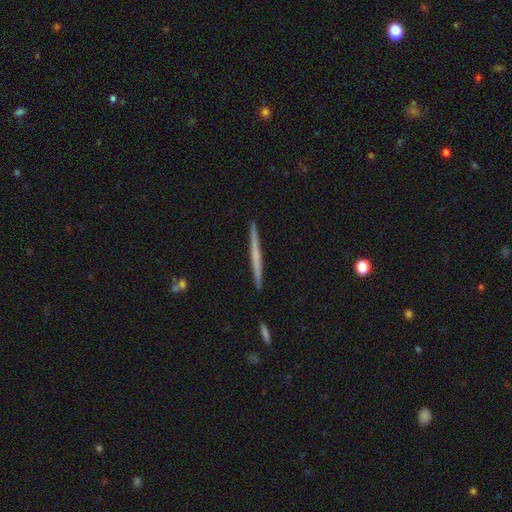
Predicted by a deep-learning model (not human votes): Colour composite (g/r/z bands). It shows a featured or disk galaxy (53%) viewed edge-on (98%) with no central bulge (83%). Merging: none (92%).